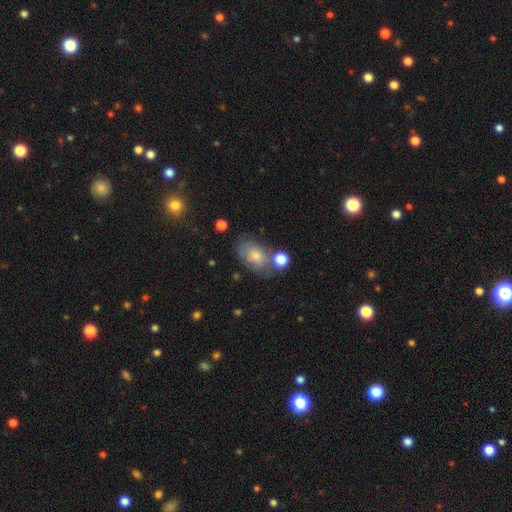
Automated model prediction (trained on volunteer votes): Overall: smooth (66%). How rounded: in between (84%). Merging: none (49%; minor disturbance 24%).